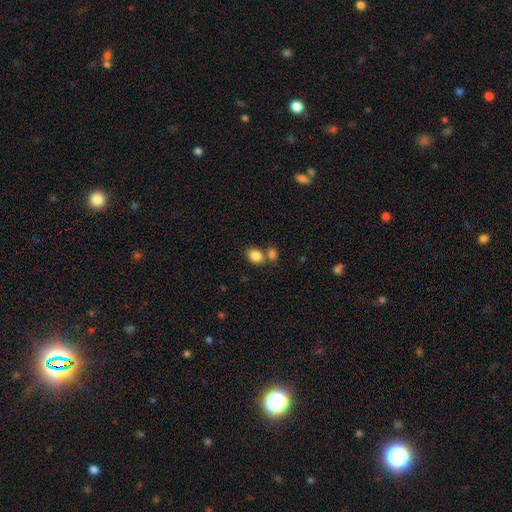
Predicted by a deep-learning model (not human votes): smooth 85%, star or artifact 9%, featured or disk 6%. Down the decision tree: how rounded — in between (75%); merging — none (55%).